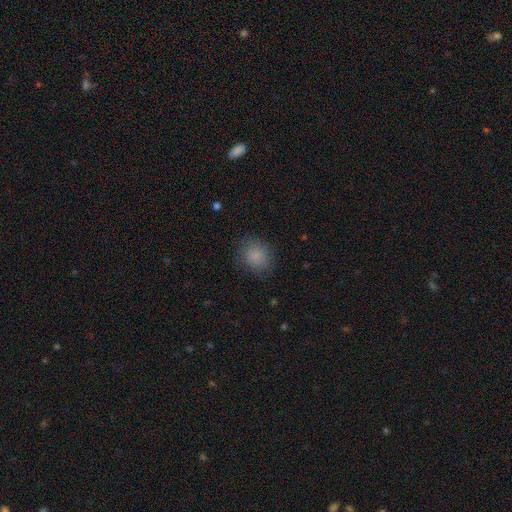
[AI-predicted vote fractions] Q: Smooth or featured?
A: smooth (85%); runner-up: star or artifact (9%)
Q: How rounded?
A: round (68%); runner-up: in between (32%)
Q: Merging?
A: none (82%); runner-up: minor disturbance (13%)